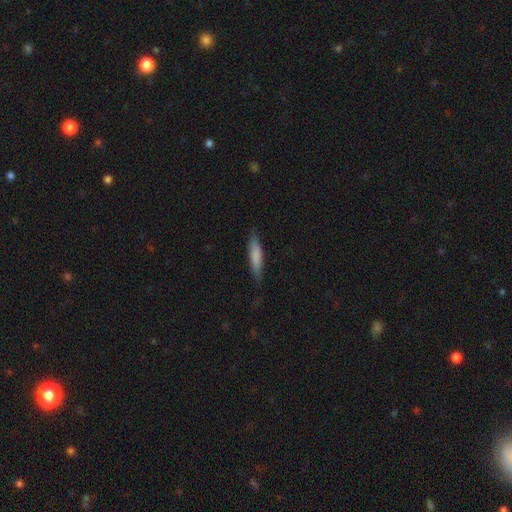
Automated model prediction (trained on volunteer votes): smooth_or_featured: smooth (p=0.77) [alt: featured or disk p=0.17]
how_rounded: cigar-shaped (p=0.82) [alt: in between p=0.17]
merging: none (p=0.82) [alt: minor disturbance p=0.14]